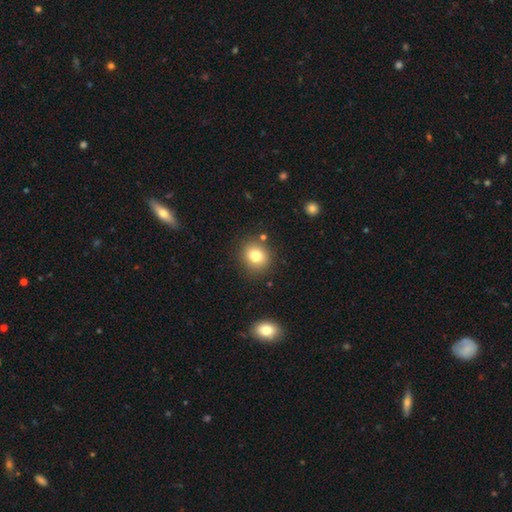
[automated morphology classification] smooth 79%, star or artifact 11%, featured or disk 9%. Down the decision tree: how rounded — round (79%); merging — none (84%).